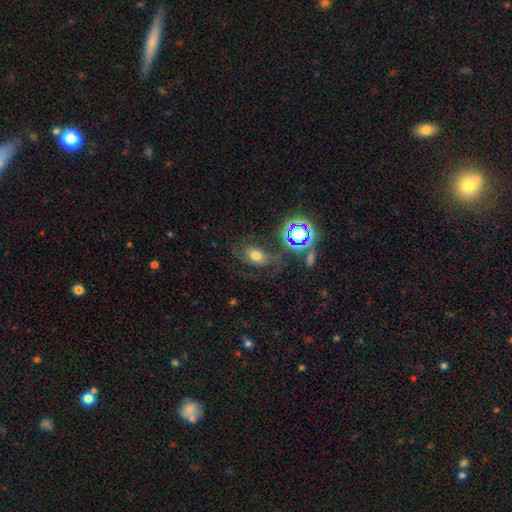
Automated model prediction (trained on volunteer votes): This is possibly a smooth galaxy (46%). Merging: possibly none (58%).